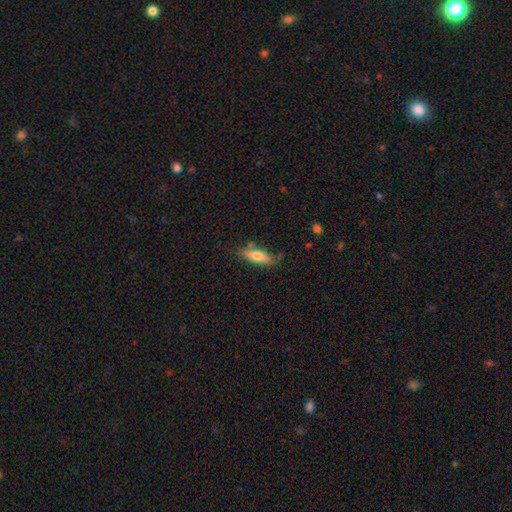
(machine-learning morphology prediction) This is likely a smooth galaxy (68%). How rounded: possibly in between (49%, tied with cigar-shaped). Merging: likely none (74%).